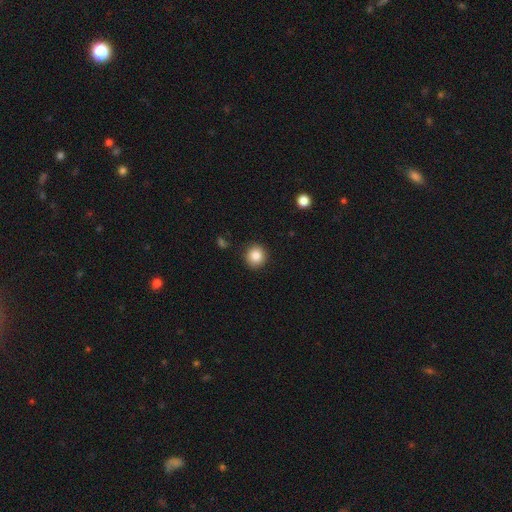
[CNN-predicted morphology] type=smooth (86%); roundness=round (92%); merging=none (90%).